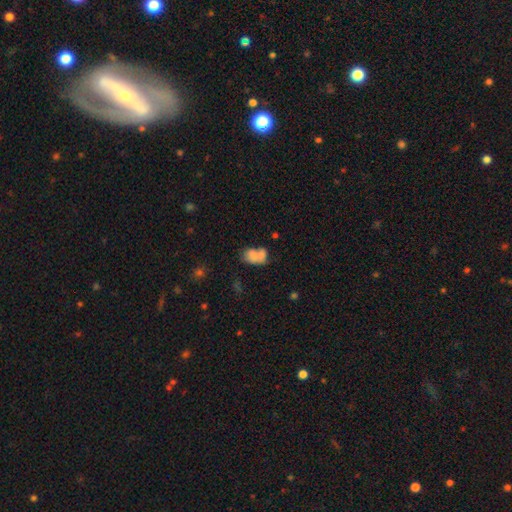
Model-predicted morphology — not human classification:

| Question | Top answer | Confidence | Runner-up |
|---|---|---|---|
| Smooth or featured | smooth | 72% | featured or disk (18%) |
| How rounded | in between | 78% | round (21%) |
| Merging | merger | 57% | none (24%) |